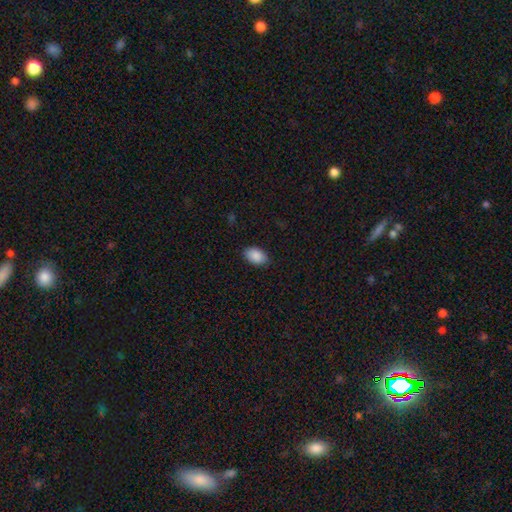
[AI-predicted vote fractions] The model was most divided on "merging": none: 87%, minor disturbance: 10%, major disturbance: 2%, merger: 1%. More confident: how rounded — in between (91%); smooth or featured — smooth (90%).